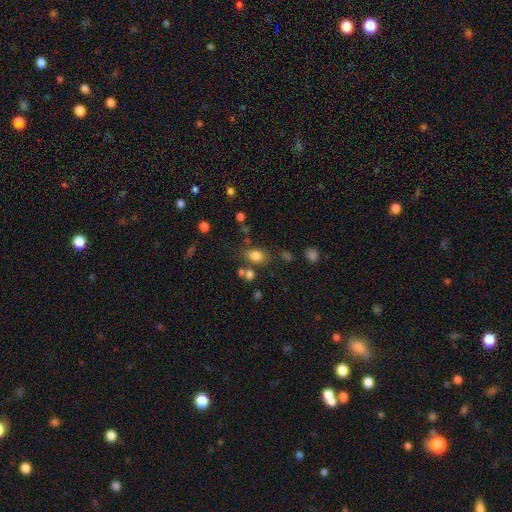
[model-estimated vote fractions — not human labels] This is likely a smooth galaxy (80%). How rounded: likely in between (68%). Merging: likely none (69%).